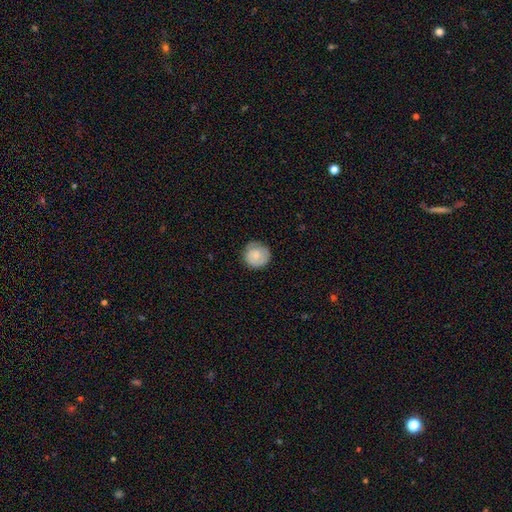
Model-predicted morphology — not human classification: Smooth or featured? Predicted: smooth (p=0.71). How rounded? Predicted: round (p=0.93). Merging? Predicted: none (p=0.79).